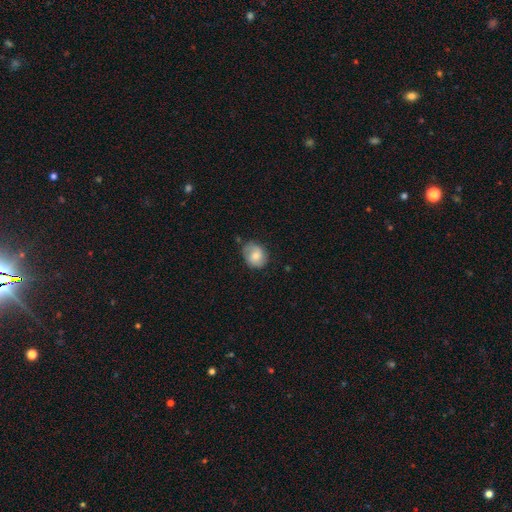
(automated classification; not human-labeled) Overall: smooth (66%; featured or disk 26%). How rounded: round (62%; in between 37%). Merging: none (66%).